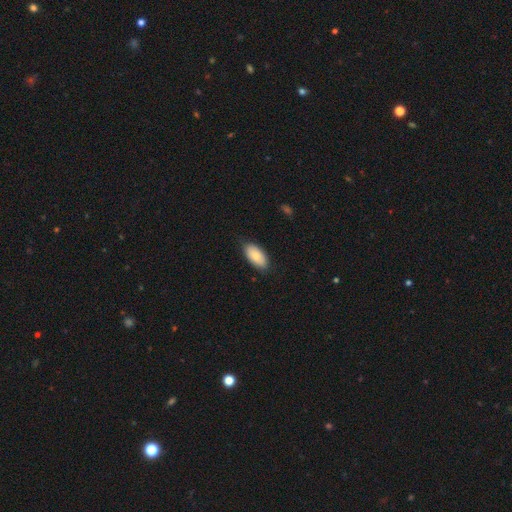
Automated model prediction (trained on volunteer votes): This is clearly a smooth galaxy (84%). How rounded: clearly in between (94%). Merging: clearly none (85%).